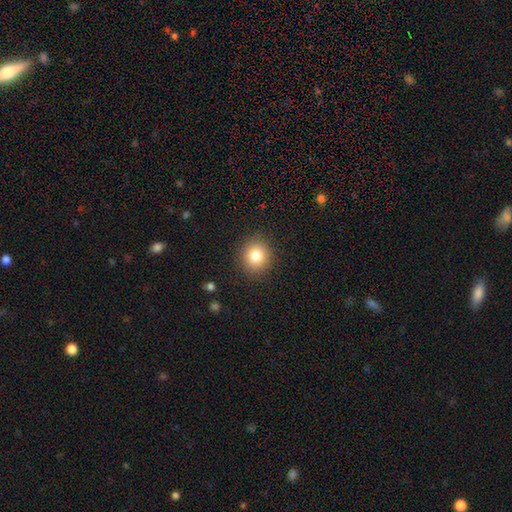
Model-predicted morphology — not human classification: The model was most divided on "how rounded": round: 84%, in between: 15%, cigar-shaped: 1%. More confident: merging — none (90%); smooth or featured — smooth (82%).